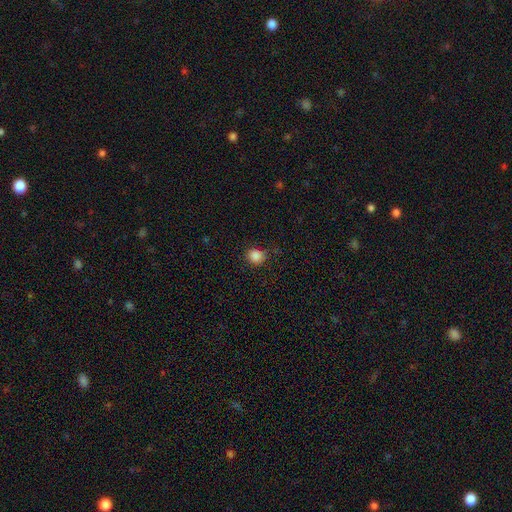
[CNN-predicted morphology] smooth_or_featured: smooth (p=0.86) [alt: star or artifact p=0.11]
how_rounded: round (p=0.85) [alt: in between p=0.14]
merging: none (p=0.79) [alt: minor disturbance p=0.15]